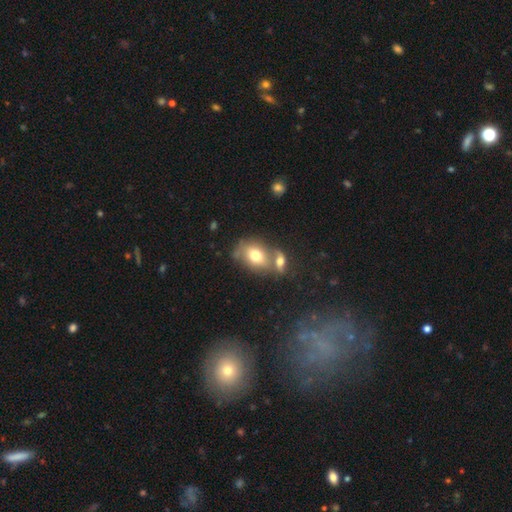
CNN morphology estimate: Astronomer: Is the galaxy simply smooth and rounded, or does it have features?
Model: smooth — 71%.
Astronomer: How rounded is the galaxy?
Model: in between — 72%.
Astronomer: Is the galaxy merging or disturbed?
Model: merger — 43% (runner-up: none, 39%).